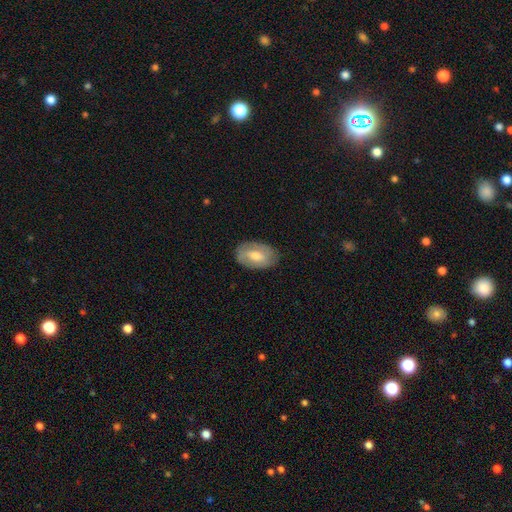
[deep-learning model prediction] A featured or disk galaxy (47%). Merging: none (81%).